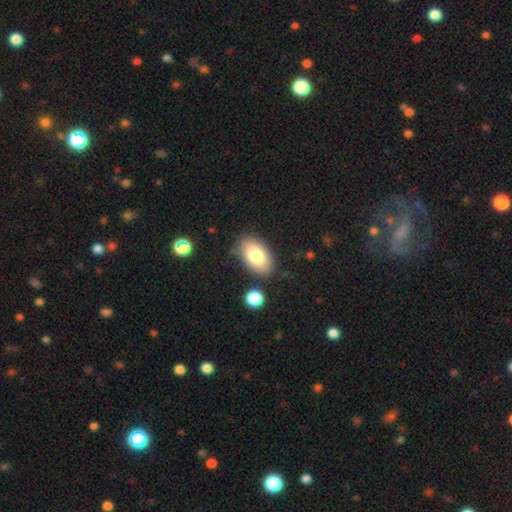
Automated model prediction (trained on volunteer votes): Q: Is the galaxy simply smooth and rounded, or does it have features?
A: smooth — 79%.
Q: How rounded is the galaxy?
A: in between — 92%.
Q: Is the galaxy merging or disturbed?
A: none — 81%.